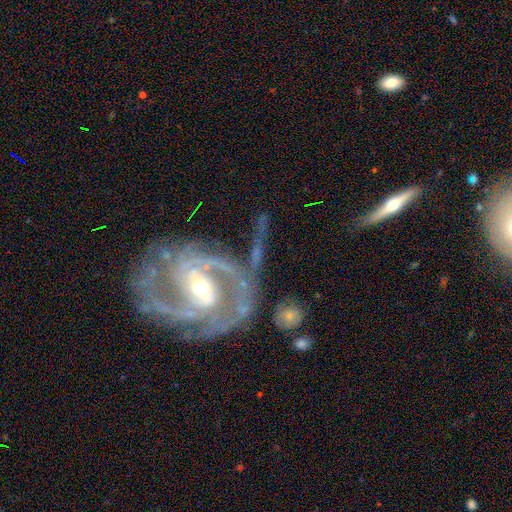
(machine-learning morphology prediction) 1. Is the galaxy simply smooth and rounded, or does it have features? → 88% featured or disk, 6% star or artifact, 5% smooth.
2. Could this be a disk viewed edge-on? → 96% no, 4% yes.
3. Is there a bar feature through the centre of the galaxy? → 40% weak, 34% strong, 26% no.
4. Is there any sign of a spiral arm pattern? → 95% yes, 5% no.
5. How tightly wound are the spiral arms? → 45% medium, 41% tight, 15% loose.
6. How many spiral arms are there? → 59% 2, 14% 3, 12% can't tell, 5% 4, 5% 1, 5% more than 4.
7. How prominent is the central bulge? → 55% moderate, 40% small, 3% large, 1% none, 1% dominant.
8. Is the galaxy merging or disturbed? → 52% none, 21% minor disturbance, 19% major disturbance, 9% merger.